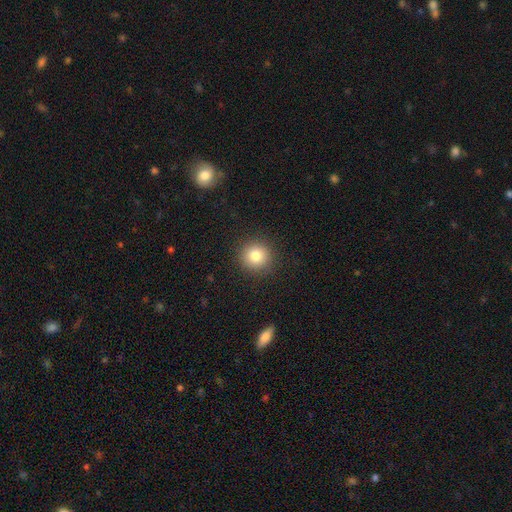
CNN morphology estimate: Q: Smooth or featured?
A: smooth (82%); runner-up: star or artifact (11%)
Q: How rounded?
A: round (93%); runner-up: in between (6%)
Q: Merging?
A: none (91%); runner-up: minor disturbance (6%)